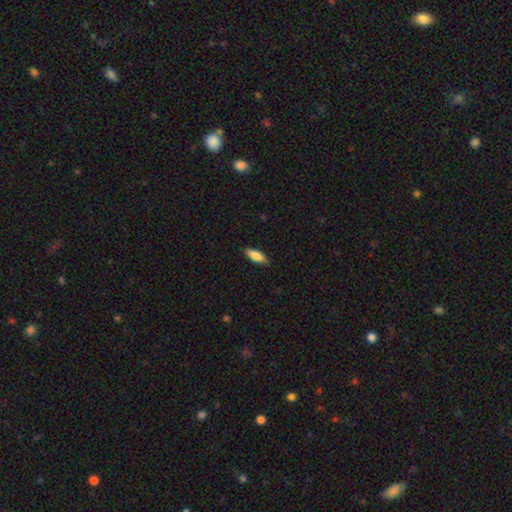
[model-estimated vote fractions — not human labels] This appears to be a smooth galaxy with no disk features (80%) that is in between round and cigar-shaped (61%). Merging: none (86%).